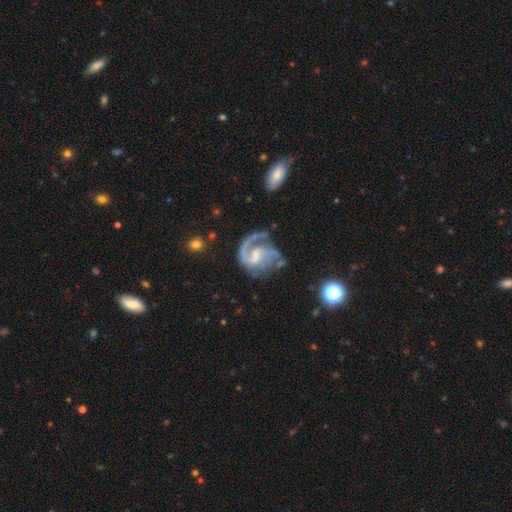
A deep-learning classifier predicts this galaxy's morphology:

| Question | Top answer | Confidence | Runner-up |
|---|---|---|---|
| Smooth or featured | featured or disk | 87% | smooth (8%) |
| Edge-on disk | no | 98% | yes (2%) |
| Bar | weak | 51% | no (32%) |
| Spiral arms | yes | 95% | no (5%) |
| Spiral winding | medium | 50% | tight (26%) |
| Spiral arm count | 1 | 49% | 2 (38%) |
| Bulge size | none | 31% | moderate (30%) |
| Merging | none | 49% | major disturbance (27%) |